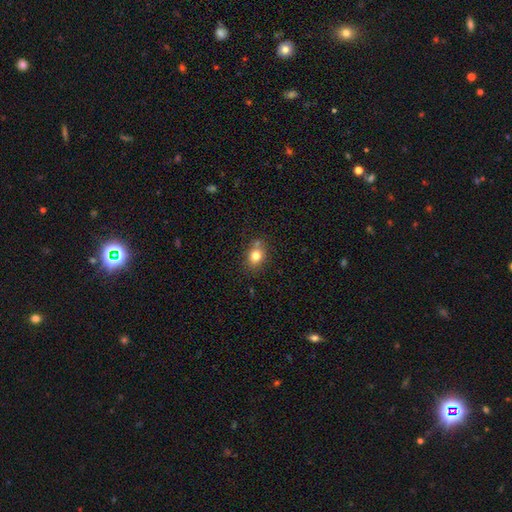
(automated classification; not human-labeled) The model was most divided on "how rounded": round: 52%, in between: 47%, cigar-shaped: 1%. More confident: smooth or featured — smooth (80%); merging — none (73%).